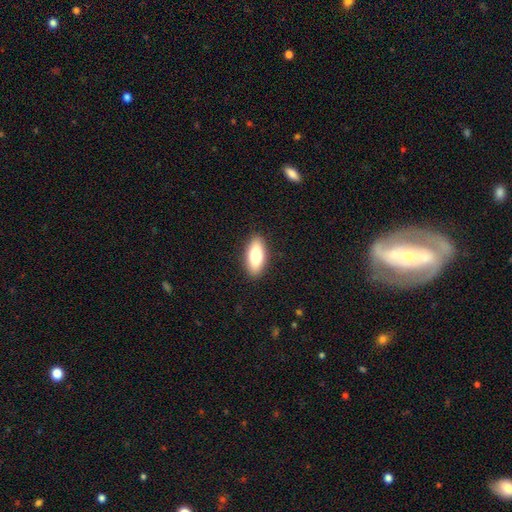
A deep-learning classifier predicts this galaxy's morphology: type=smooth (76%); roundness=in between (78%); merging=none (89%).